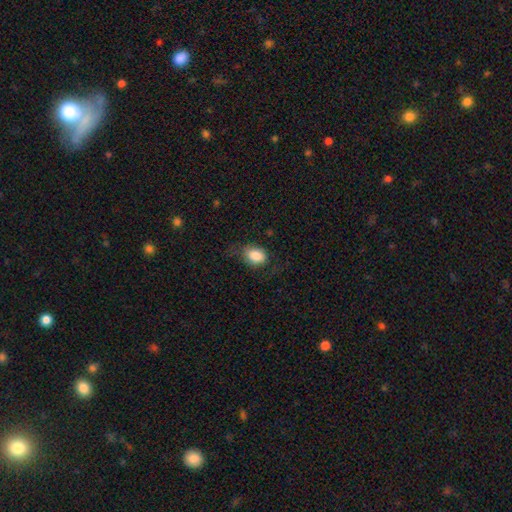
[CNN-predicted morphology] smooth_or_featured: smooth (p=0.84) [alt: featured or disk p=0.08]
how_rounded: in between (p=0.71) [alt: round p=0.28]
merging: none (p=0.62) [alt: minor disturbance p=0.24]